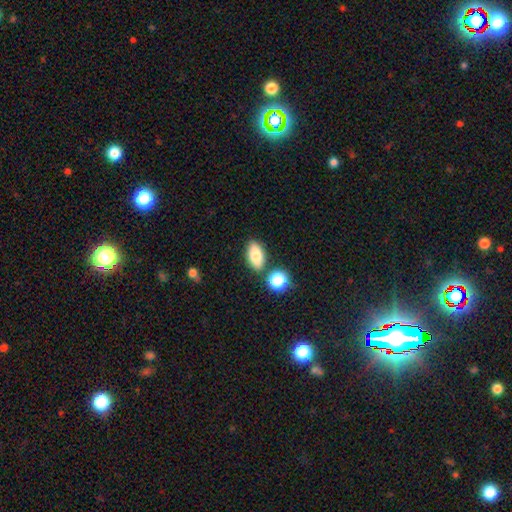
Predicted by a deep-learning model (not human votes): Overall: smooth (79%). How rounded: in between (86%). Merging: none (79%).